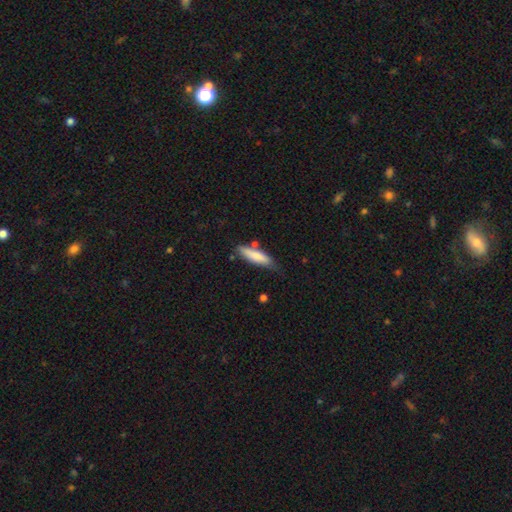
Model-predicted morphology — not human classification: smooth 80%, featured or disk 15%, star or artifact 6%. Down the decision tree: how rounded — cigar-shaped (68%); merging — none (65%).